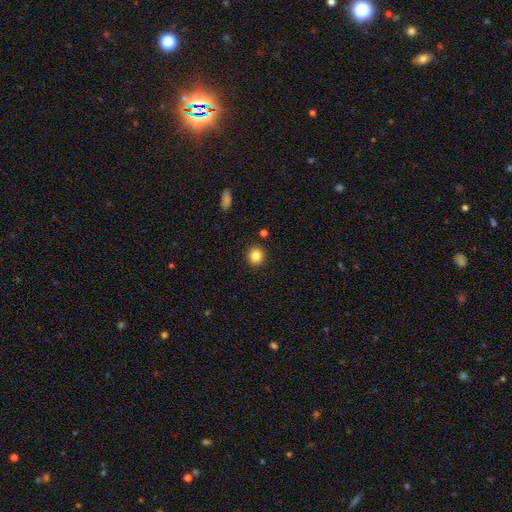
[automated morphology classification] smooth 85%, star or artifact 11%, featured or disk 4%. Down the decision tree: how rounded — round (90%); merging — none (90%).